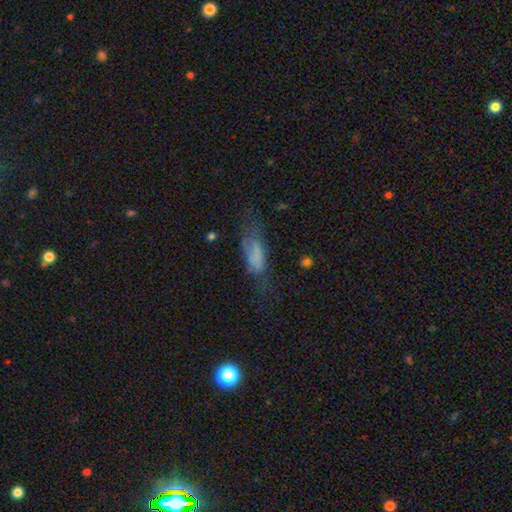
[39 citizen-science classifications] Morphology: type=smooth (59%); roundness=in between (74%); merging=major disturbance (44%).